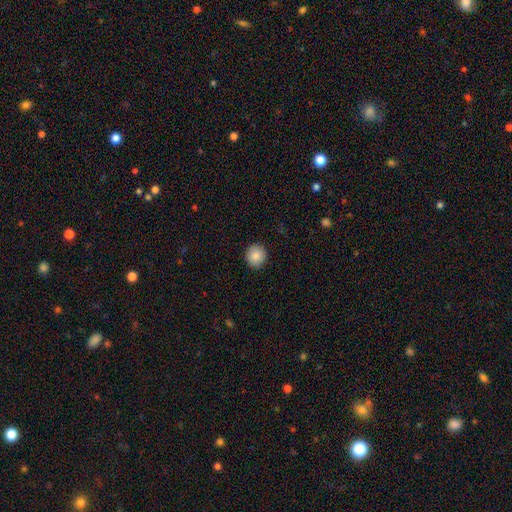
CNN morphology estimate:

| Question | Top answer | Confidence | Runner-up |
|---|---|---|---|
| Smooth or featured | smooth | 87% | star or artifact (8%) |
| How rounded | round | 88% | in between (11%) |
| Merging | none | 91% | minor disturbance (6%) |